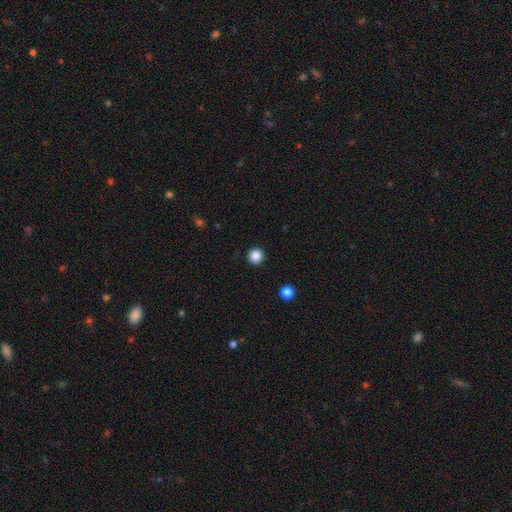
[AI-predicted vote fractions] smooth-or-featured: smooth: 86% | star or artifact: 11% | featured or disk: 3%
  how-rounded: round: 96% | in between: 3% | cigar-shaped: 1%
  merging: none: 94% | minor disturbance: 4% | major disturbance: 1% | merger: 1%